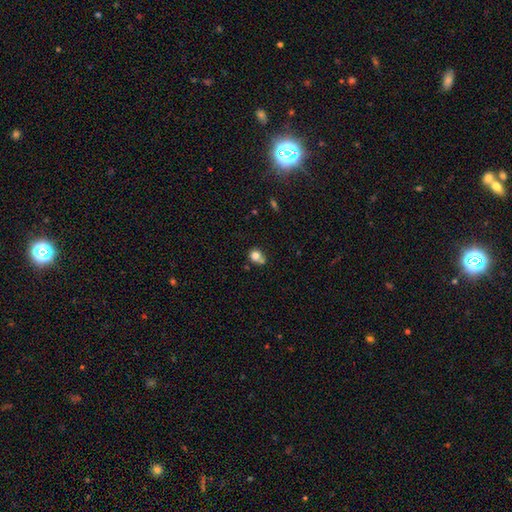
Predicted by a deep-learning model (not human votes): The model was most divided on "merging": none: 43%, merger: 34%, minor disturbance: 17%, major disturbance: 7%. More confident: smooth or featured — smooth (78%); how rounded — round (75%).